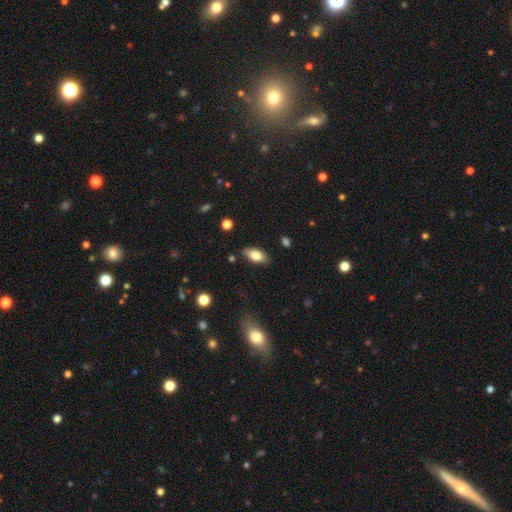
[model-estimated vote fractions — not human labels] Smooth or featured: smooth — 77% (featured or disk — 16%)
How rounded: in between — 88% (cigar-shaped — 9%)
Merging: none — 84% (minor disturbance — 12%)